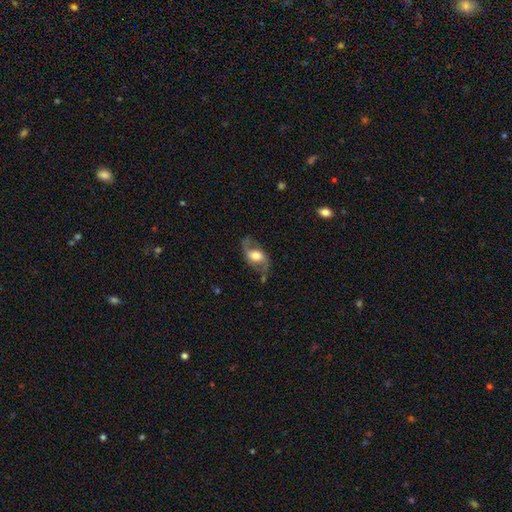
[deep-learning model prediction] A featured or disk galaxy (74%) with no bar (43%), 2 (91%) loose (53%) spiral arms (87%) and a moderate central bulge (49%).

Vote fractions:
- Smooth or featured? featured or disk: 74% / smooth: 19% / star or artifact: 7%
- Edge-on disk? no: 94% / yes: 6%
- Bar? no: 43% / weak: 39% / strong: 17%
- Spiral arms? yes: 87% / no: 13%
- Spiral winding? loose: 53% / medium: 38% / tight: 9%
- Spiral arm count? 2: 91% / can't tell: 4% / 1: 3% / 3: 1% / 4: 1% / more than 4: 1%
- Bulge size? moderate: 49% / large: 37% / small: 9% / dominant: 3% / none: 2%
- Merging? none: 68% / minor disturbance: 18% / major disturbance: 11% / merger: 3%